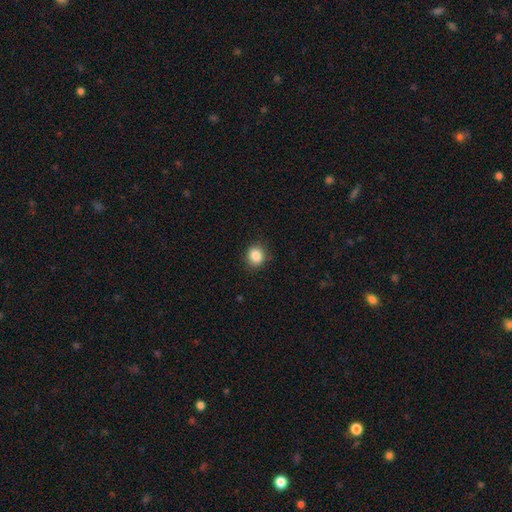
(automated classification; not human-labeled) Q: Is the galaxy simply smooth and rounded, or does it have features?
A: smooth — 86%.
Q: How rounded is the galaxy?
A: round — 79%.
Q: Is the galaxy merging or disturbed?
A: none — 87%.